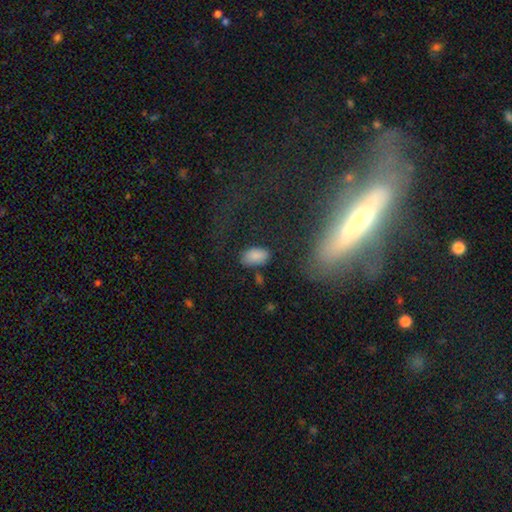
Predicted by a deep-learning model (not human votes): The model was most divided on "merging": none: 76%, minor disturbance: 15%, major disturbance: 5%, merger: 4%. More confident: how rounded — in between (94%); smooth or featured — smooth (85%).